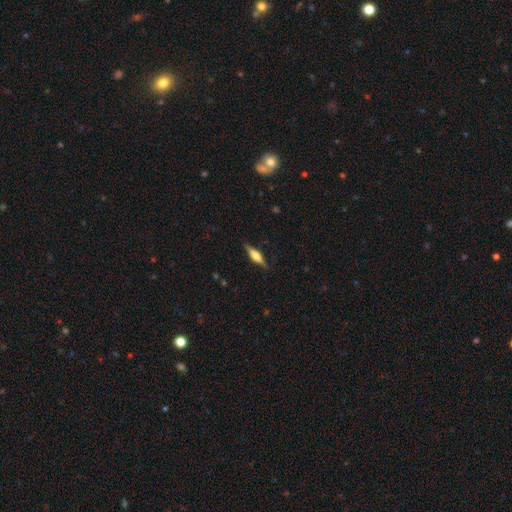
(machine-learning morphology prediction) Smooth or featured: featured or disk — 59% (smooth — 34%)
Edge-on disk: yes — 96% (no — 4%)
Edge-on bulge: rounded — 83% (boxy — 14%)
Merging: none — 86% (minor disturbance — 10%)